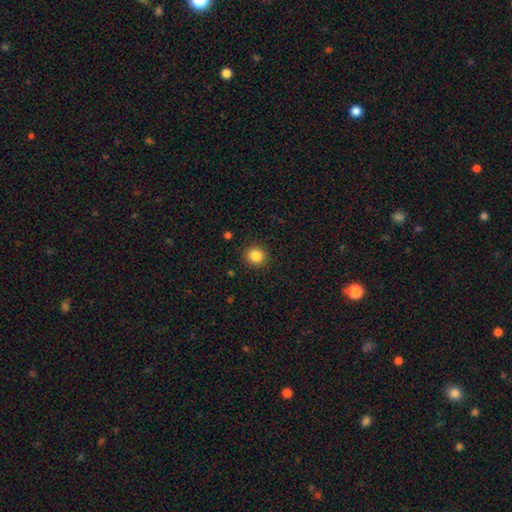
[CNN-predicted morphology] The model was most divided on "smooth or featured": smooth: 85%, star or artifact: 10%, featured or disk: 4%. More confident: merging — none (91%); how rounded — round (88%).